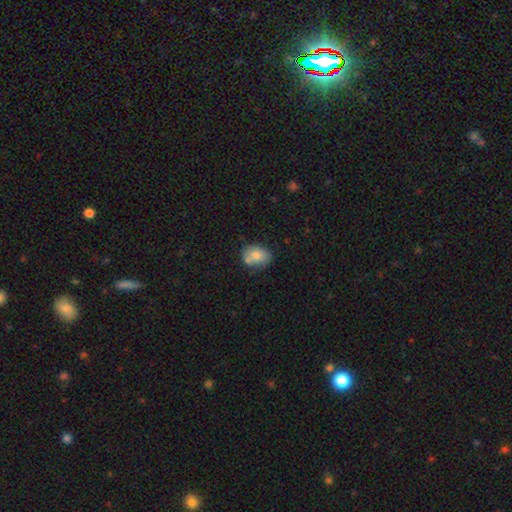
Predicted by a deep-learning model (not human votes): smooth-or-featured: smooth: 75% | featured or disk: 17% | star or artifact: 8%
  how-rounded: in between: 64% | round: 35% | cigar-shaped: 1%
  merging: none: 57% | minor disturbance: 22% | merger: 16% | major disturbance: 5%